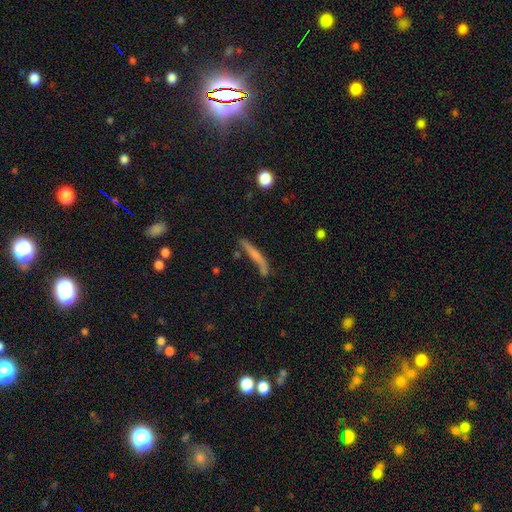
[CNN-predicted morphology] Smooth or featured?
  - smooth: 55% *
  - featured or disk: 36%
  - star or artifact: 9%
How rounded?
  - cigar-shaped: 93% *
  - in between: 5%
  - round: 2%
Merging?
  - none: 63% *
  - minor disturbance: 20%
  - merger: 10%
  - major disturbance: 7%